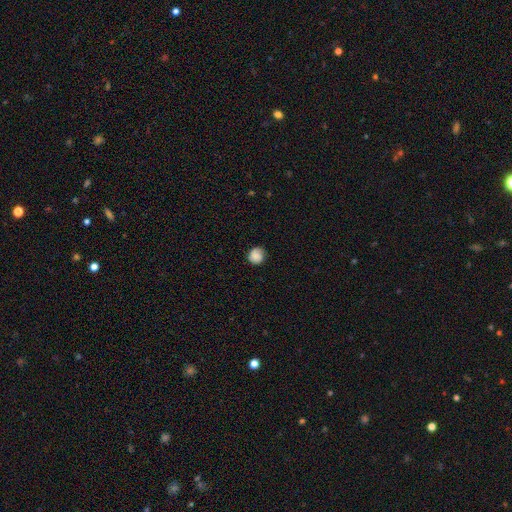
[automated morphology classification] type=smooth (78%); roundness=round (85%); merging=none (74%).